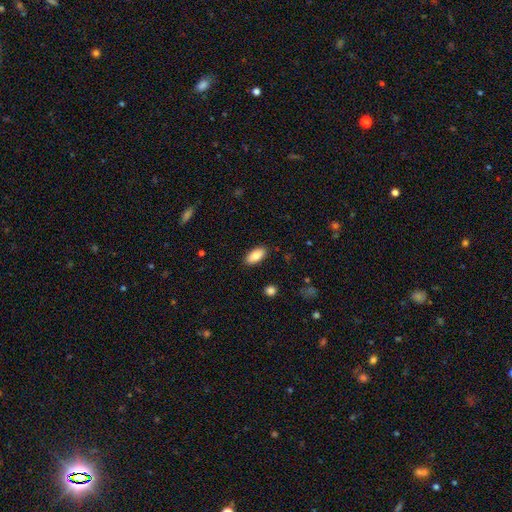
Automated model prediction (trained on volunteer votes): smooth_or_featured: smooth (p=0.86) [alt: featured or disk p=0.07]
how_rounded: in between (p=0.91) [alt: cigar-shaped p=0.07]
merging: none (p=0.89) [alt: minor disturbance p=0.08]